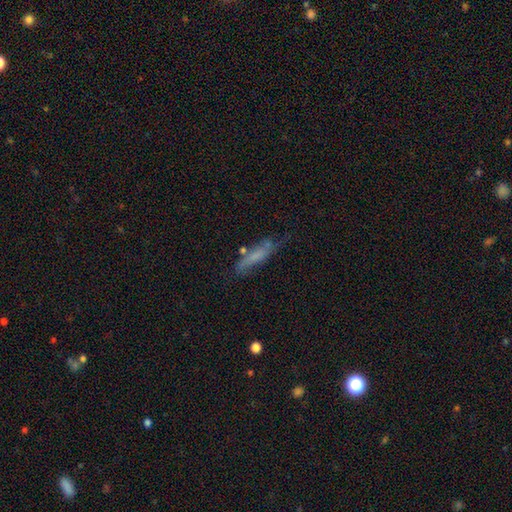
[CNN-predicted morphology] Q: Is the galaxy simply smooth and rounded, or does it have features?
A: smooth — 58%.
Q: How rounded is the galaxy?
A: cigar-shaped — 79%.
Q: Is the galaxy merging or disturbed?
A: none — 56%.